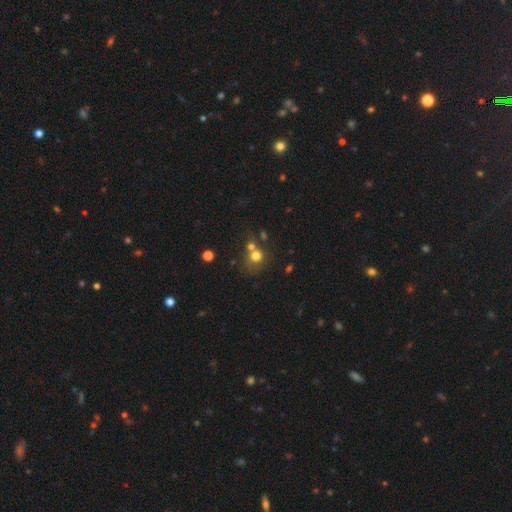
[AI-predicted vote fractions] Smooth or featured? Predicted: smooth (p=0.72). How rounded? Predicted: round (p=0.81). Merging? Predicted: none (p=0.47).